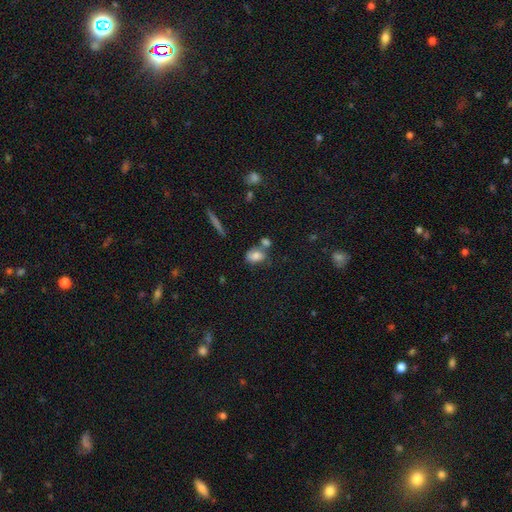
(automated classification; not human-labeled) Q: Smooth or featured?
A: smooth (71%); runner-up: featured or disk (19%)
Q: How rounded?
A: in between (79%); runner-up: round (18%)
Q: Merging?
A: none (44%); runner-up: merger (28%)